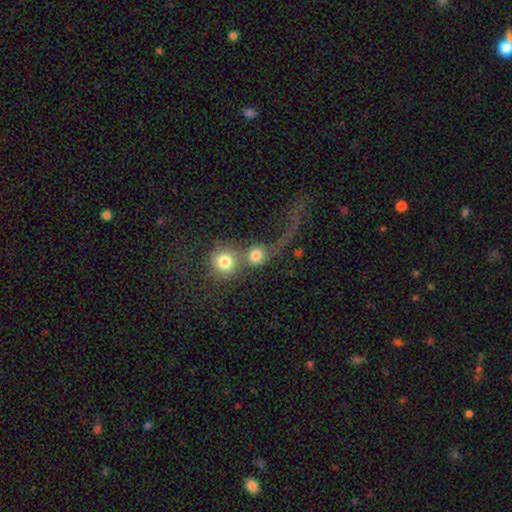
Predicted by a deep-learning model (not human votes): This is likely a smooth galaxy (69%). How rounded: clearly round (85%). Merging: likely merger (63%).